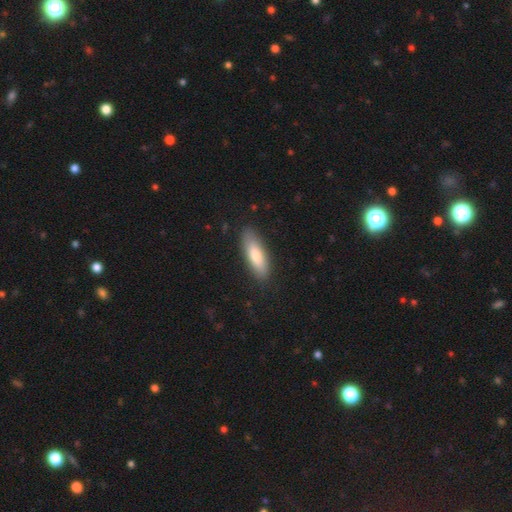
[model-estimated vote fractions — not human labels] Overall: smooth (75%). How rounded: in between (54%; cigar-shaped 44%). Merging: none (87%).